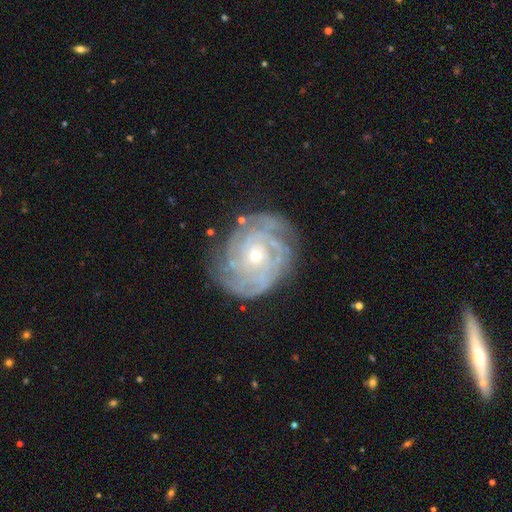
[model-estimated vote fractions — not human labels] Smooth or featured? Predicted: featured or disk (p=0.87). Edge-on disk? Predicted: no (p=0.97). Bar? Predicted: no (p=0.79). Spiral arms? Predicted: yes (p=0.95). Spiral winding? Predicted: tight (p=0.76). Spiral arm count? Predicted: can't tell (p=0.33). Bulge size? Predicted: small (p=0.65). Merging? Predicted: none (p=0.75).